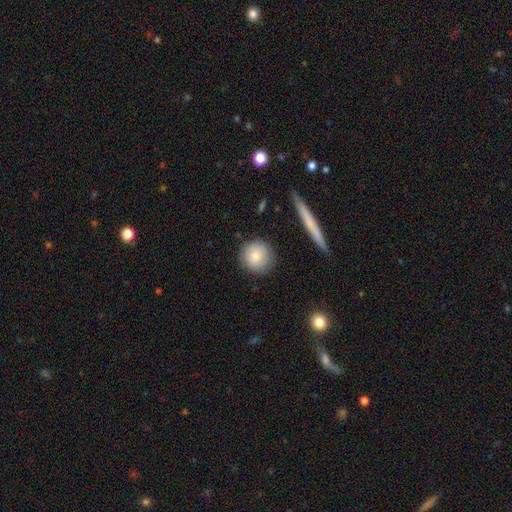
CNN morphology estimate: The model was most divided on "smooth or featured": smooth: 81%, featured or disk: 12%, star or artifact: 7%. More confident: how rounded — round (93%); merging — none (85%).